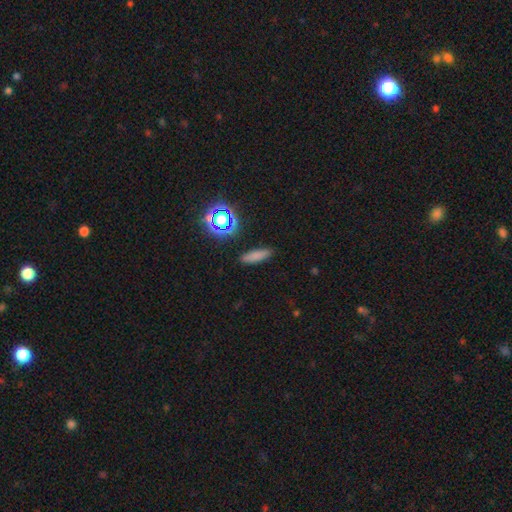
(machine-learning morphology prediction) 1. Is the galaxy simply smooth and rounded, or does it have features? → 75% smooth, 16% star or artifact, 9% featured or disk.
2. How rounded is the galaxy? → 57% cigar-shaped, 39% in between, 3% round.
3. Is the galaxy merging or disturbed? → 87% none, 9% minor disturbance, 2% major disturbance, 2% merger.